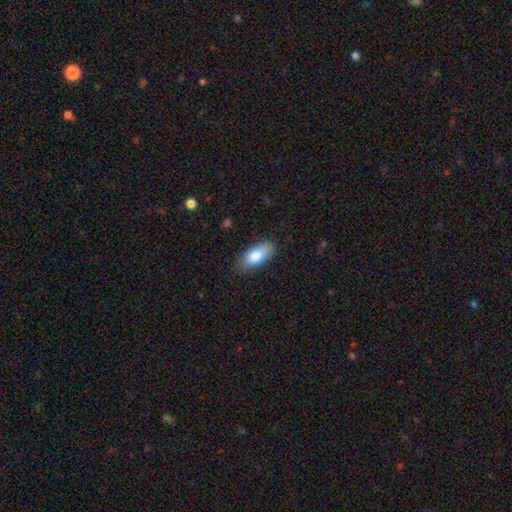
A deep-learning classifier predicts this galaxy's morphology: Smooth or featured? Predicted: smooth (p=0.83). How rounded? Predicted: in between (p=0.83). Merging? Predicted: none (p=0.79).